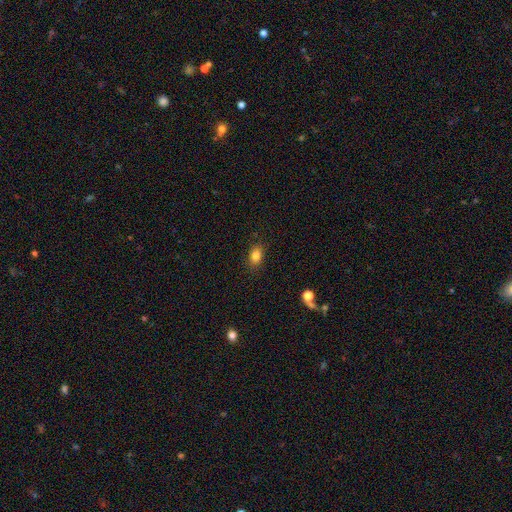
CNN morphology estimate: Smooth or featured?
  - smooth: 83% *
  - star or artifact: 10%
  - featured or disk: 7%
How rounded?
  - in between: 77% *
  - round: 21%
  - cigar-shaped: 2%
Merging?
  - none: 85% *
  - minor disturbance: 11%
  - major disturbance: 3%
  - merger: 1%